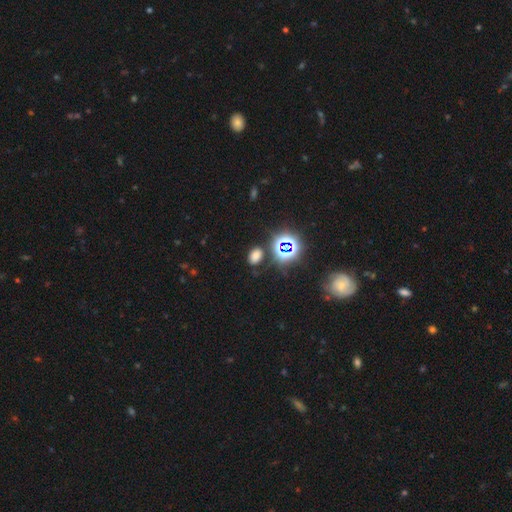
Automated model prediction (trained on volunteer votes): The model was most divided on "smooth or featured": smooth: 62%, star or artifact: 32%, featured or disk: 6%. More confident: how rounded — in between (80%); merging — none (78%).